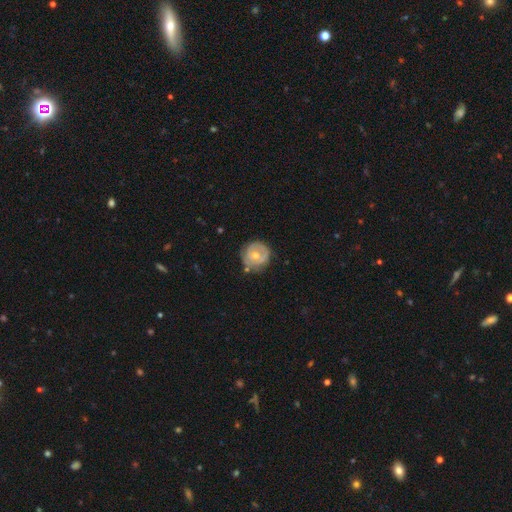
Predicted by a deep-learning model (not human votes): The model was most divided on "spiral arms": no: 51%, yes: 49%. More confident: edge-on disk — no (97%); bar — no (77%); merging — none (66%); bulge size — moderate (60%); smooth or featured — featured or disk (54%).